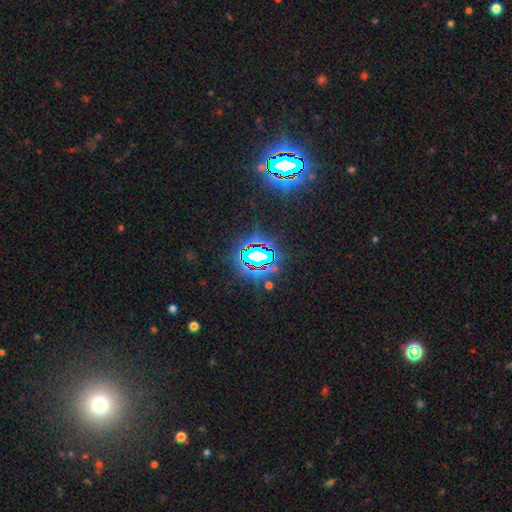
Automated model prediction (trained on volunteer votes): smooth_or_featured: star or artifact (p=0.76) [alt: smooth p=0.14]